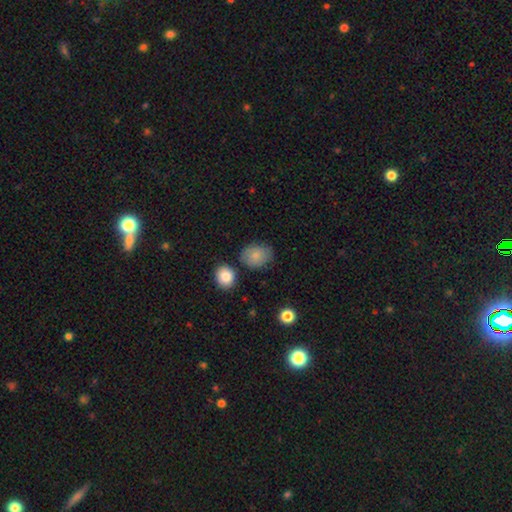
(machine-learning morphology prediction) The model was most divided on "how rounded": in between: 53%, round: 46%, cigar-shaped: 1%. More confident: smooth or featured — smooth (83%); merging — none (71%).